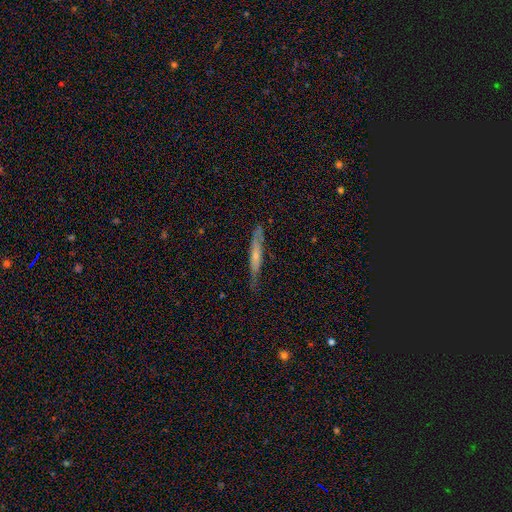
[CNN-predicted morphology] Overall: featured or disk (54%; smooth 39%). Edge-on disk: yes (86%). Merging: none (76%).